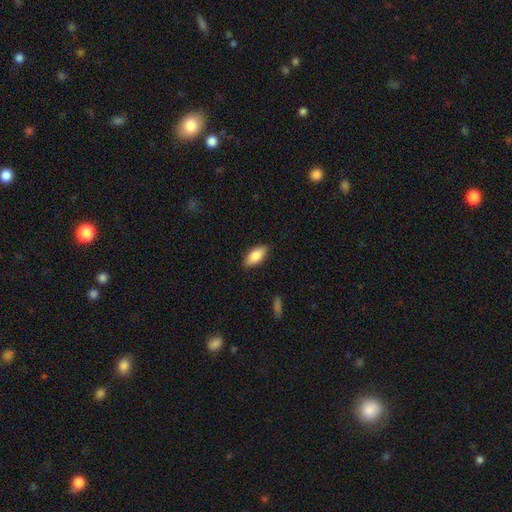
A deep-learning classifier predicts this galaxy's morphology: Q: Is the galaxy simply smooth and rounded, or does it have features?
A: smooth — 86%.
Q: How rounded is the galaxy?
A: in between — 88%.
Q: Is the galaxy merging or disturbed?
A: none — 88%.